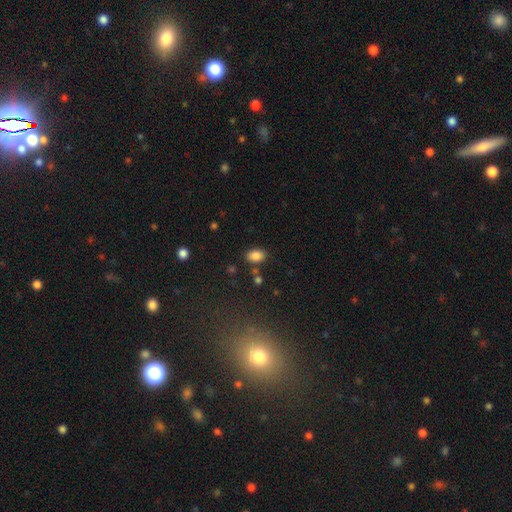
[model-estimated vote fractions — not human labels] Smooth or featured?
  - smooth: 85% *
  - star or artifact: 10%
  - featured or disk: 5%
How rounded?
  - in between: 85% *
  - round: 14%
  - cigar-shaped: 1%
Merging?
  - none: 80% *
  - minor disturbance: 12%
  - merger: 5%
  - major disturbance: 3%